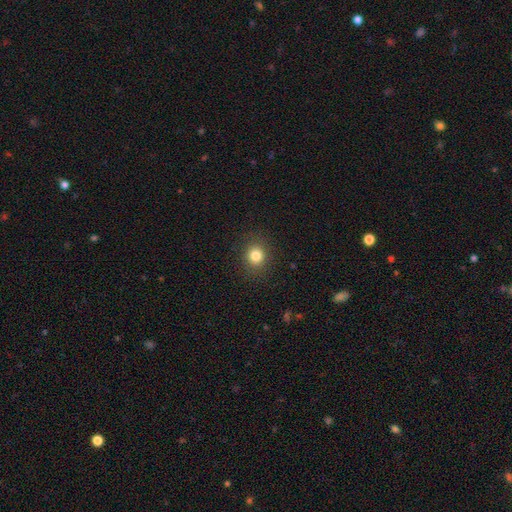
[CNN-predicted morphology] This is clearly a smooth galaxy (82%). How rounded: likely round (77%). Merging: clearly none (88%).